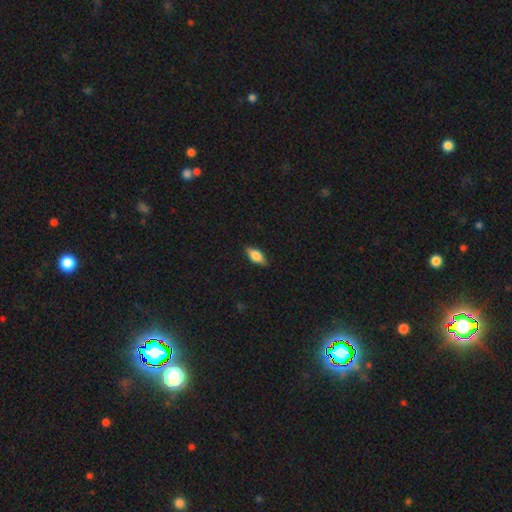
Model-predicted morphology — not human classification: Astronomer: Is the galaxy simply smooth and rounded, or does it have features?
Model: smooth — 67%.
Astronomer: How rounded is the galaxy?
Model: in between — 79%.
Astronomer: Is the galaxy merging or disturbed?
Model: none — 87%.